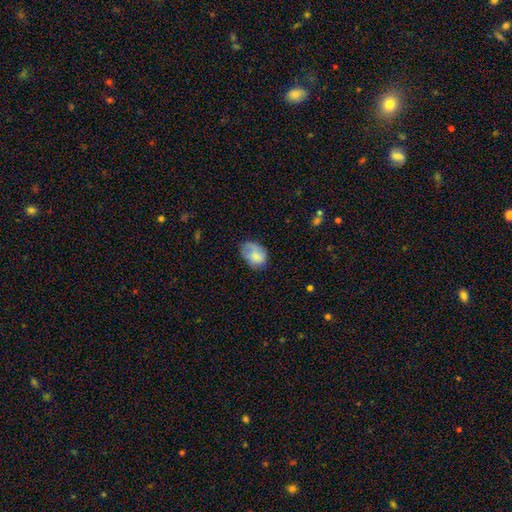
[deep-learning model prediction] smooth_or_featured: smooth (p=0.76) [alt: featured or disk p=0.16]
how_rounded: in between (p=0.76) [alt: round p=0.23]
merging: none (p=0.47) [alt: minor disturbance p=0.35]